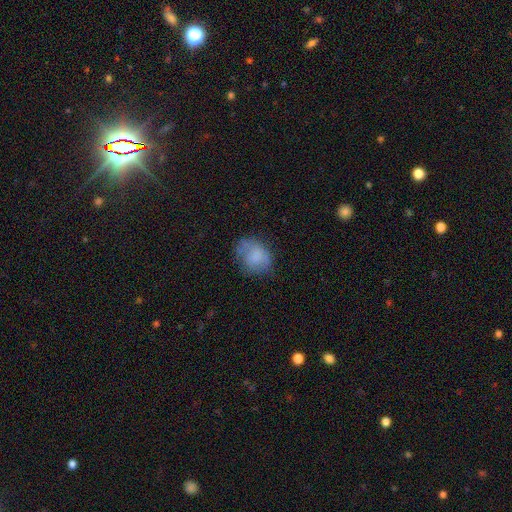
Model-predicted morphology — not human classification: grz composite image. It shows a smooth galaxy with no disk features (69%) that is in between round and cigar-shaped (57%). Merging: none (53%).